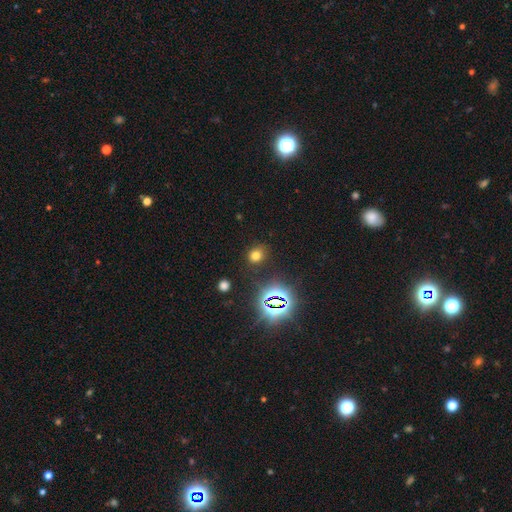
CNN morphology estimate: type=smooth (66%); roundness=round (65%); merging=none (84%).